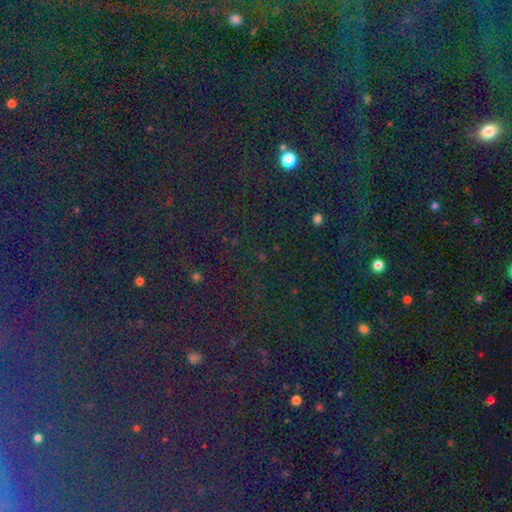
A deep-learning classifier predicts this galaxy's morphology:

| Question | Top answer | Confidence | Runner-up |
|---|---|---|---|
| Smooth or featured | star or artifact | 81% | smooth (12%) |